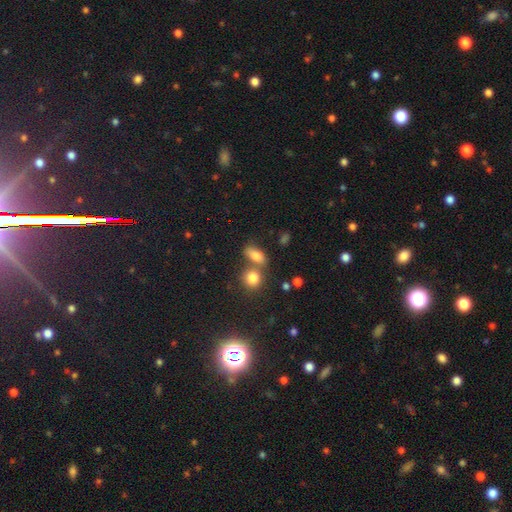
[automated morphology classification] Smooth or featured?
  - smooth: 78% *
  - star or artifact: 12%
  - featured or disk: 10%
How rounded?
  - in between: 75% *
  - round: 15%
  - cigar-shaped: 10%
Merging?
  - none: 53% *
  - merger: 31%
  - minor disturbance: 12%
  - major disturbance: 5%